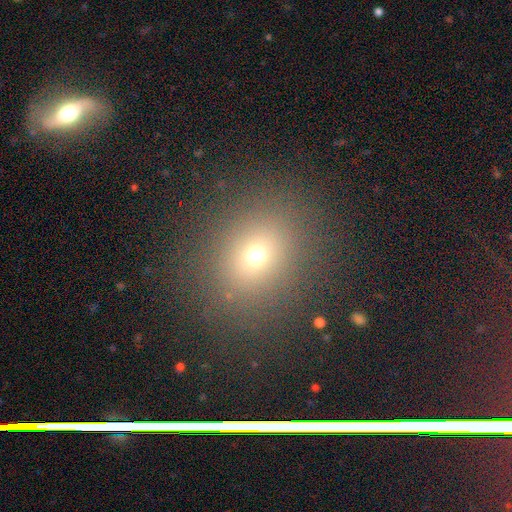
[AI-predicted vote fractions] smooth_or_featured: smooth (p=0.66) [alt: star or artifact p=0.22]
how_rounded: round (p=0.63) [alt: in between p=0.35]
merging: none (p=0.83) [alt: minor disturbance p=0.09]